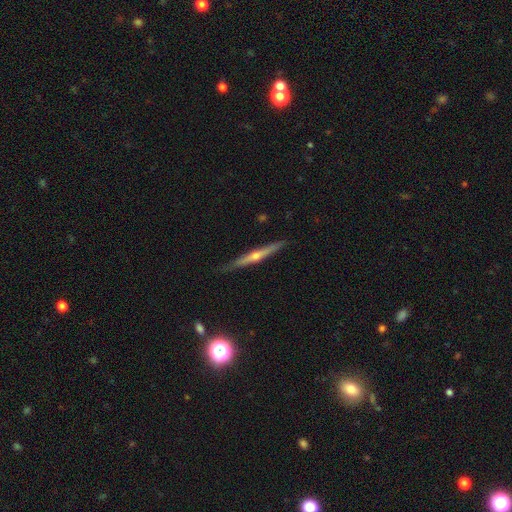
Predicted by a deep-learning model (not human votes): Q: Smooth or featured?
A: featured or disk (75%); runner-up: smooth (19%)
Q: Edge-on disk?
A: yes (97%); runner-up: no (3%)
Q: Edge-on bulge?
A: rounded (83%); runner-up: none (14%)
Q: Merging?
A: none (88%); runner-up: minor disturbance (9%)